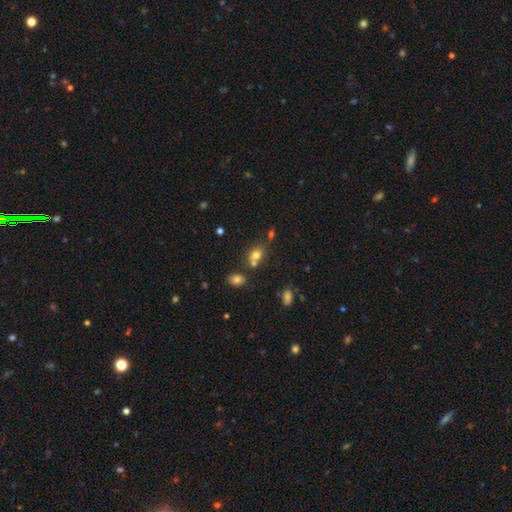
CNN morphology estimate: This is likely a smooth galaxy (73%). How rounded: possibly in between (53%). Merging: possibly none (49%).